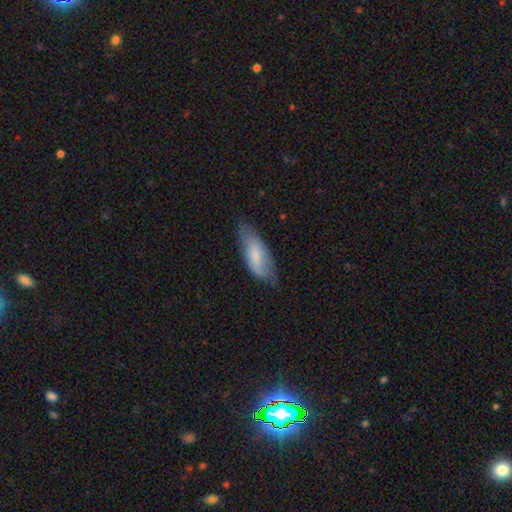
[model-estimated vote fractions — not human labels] This appears to be a smooth galaxy with no disk features (70%) that is in between round and cigar-shaped (74%). Merging: none (61%).